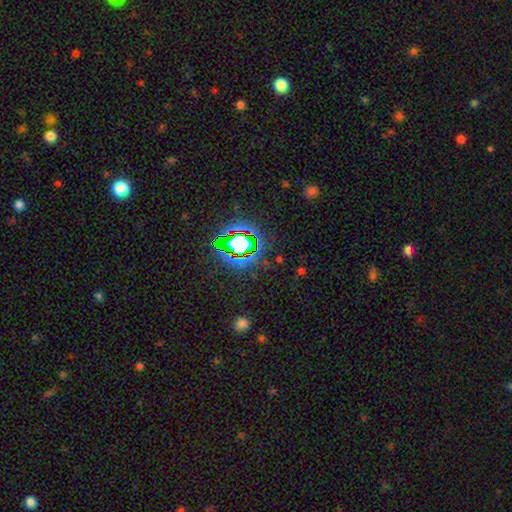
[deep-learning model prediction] Smooth or featured? star or artifact (81%)